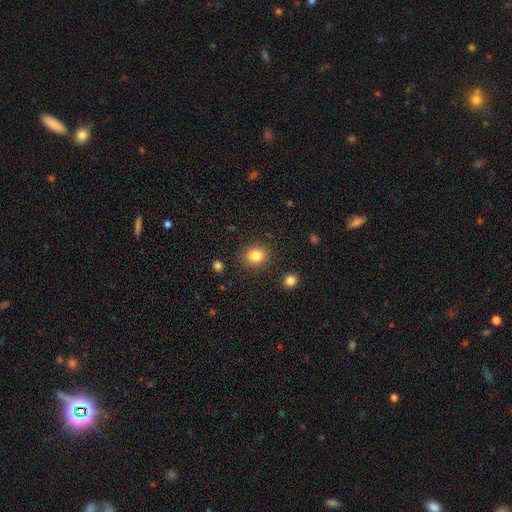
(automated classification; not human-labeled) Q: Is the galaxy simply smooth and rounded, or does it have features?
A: smooth — 84%.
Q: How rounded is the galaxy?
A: round — 67%.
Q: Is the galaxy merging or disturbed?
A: none — 86%.